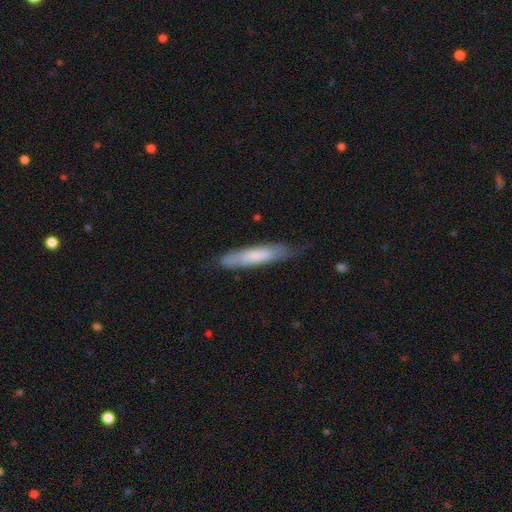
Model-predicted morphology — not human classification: A smooth galaxy with no disk features (63%) that is cigar-shaped (82%).

Vote fractions:
- Smooth or featured? smooth: 63% / featured or disk: 32% / star or artifact: 6%
- How rounded? cigar-shaped: 82% / in between: 17% / round: 1%
- Merging? none: 65% / minor disturbance: 27% / major disturbance: 7% / merger: 2%